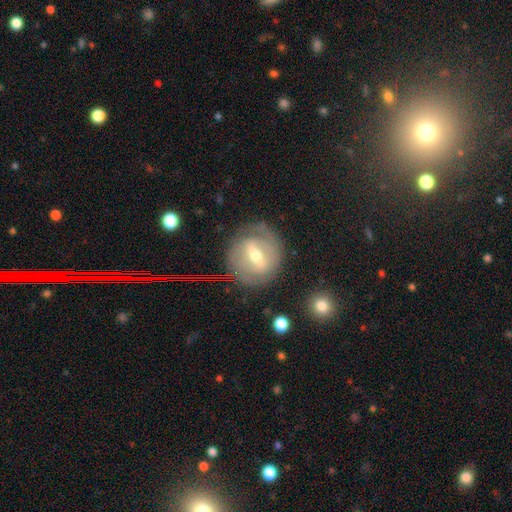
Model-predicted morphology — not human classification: Smooth or featured?
  - featured or disk: 70% *
  - smooth: 22%
  - star or artifact: 8%
Edge-on disk?
  - no: 88% *
  - yes: 12%
Bar?
  - strong: 52% *
  - weak: 37%
  - no: 11%
Spiral arms?
  - yes: 56% *
  - no: 44%
Bulge size?
  - moderate: 66% *
  - small: 27%
  - large: 5%
  - none: 1%
  - dominant: 1%
Merging?
  - none: 73% *
  - minor disturbance: 17%
  - major disturbance: 8%
  - merger: 2%